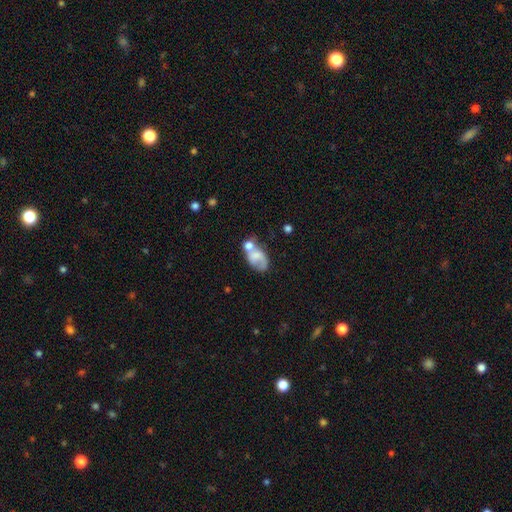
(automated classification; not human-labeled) smooth_or_featured: smooth (p=0.55) [alt: featured or disk p=0.34]
how_rounded: in between (p=0.83) [alt: round p=0.15]
merging: merger (p=0.38) [alt: none p=0.25]